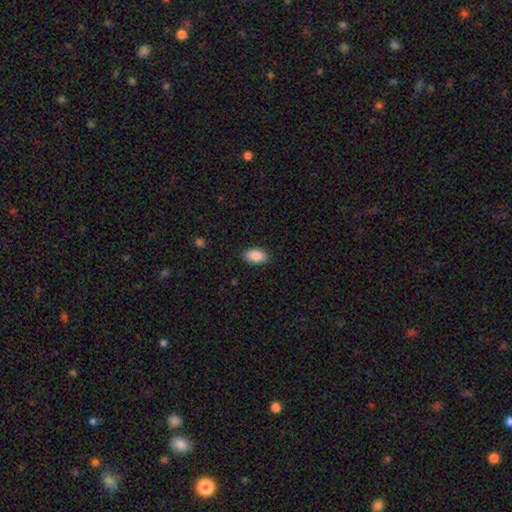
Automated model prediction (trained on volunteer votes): Morphology: type=smooth (88%); roundness=in between (93%); merging=none (87%).